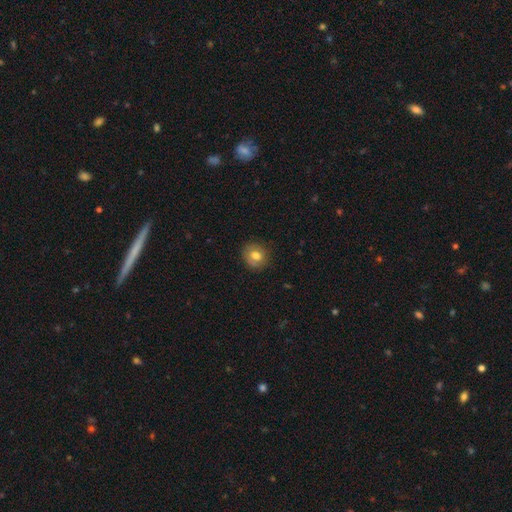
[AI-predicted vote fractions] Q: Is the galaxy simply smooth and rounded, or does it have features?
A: smooth — 76%.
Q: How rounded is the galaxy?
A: round — 79%.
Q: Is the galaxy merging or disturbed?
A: none — 84%.